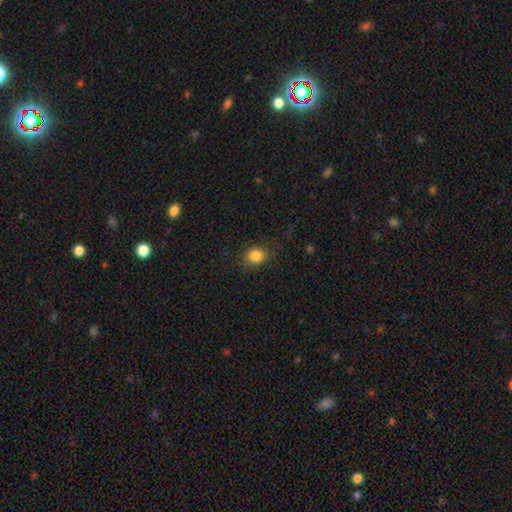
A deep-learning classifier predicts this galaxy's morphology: The model was most divided on "how rounded": round: 61%, in between: 38%, cigar-shaped: 1%. More confident: smooth or featured — smooth (84%); merging — none (81%).